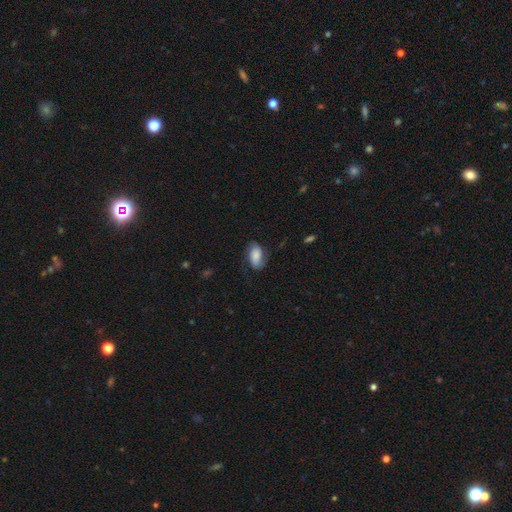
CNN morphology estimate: smooth 60%, featured or disk 32%, star or artifact 8%. Down the decision tree: how rounded — in between (91%); merging — none (66%).